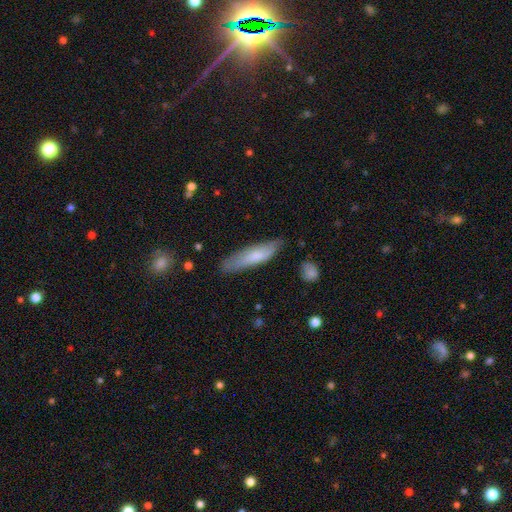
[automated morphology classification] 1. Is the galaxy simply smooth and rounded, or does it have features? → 70% smooth, 24% featured or disk, 6% star or artifact.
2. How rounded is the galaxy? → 72% cigar-shaped, 27% in between, 2% round.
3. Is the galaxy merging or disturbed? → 75% none, 19% minor disturbance, 4% major disturbance, 2% merger.